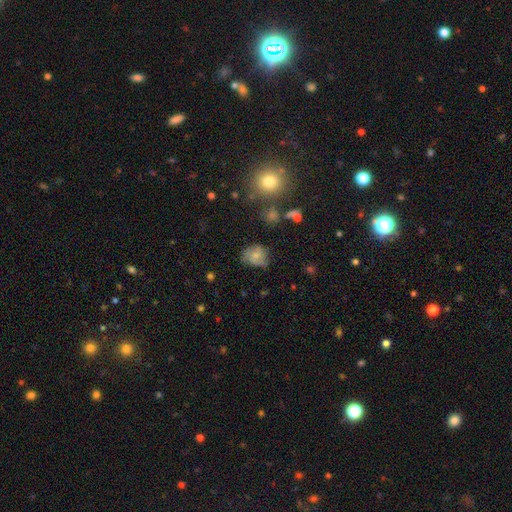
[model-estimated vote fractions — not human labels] Q: Smooth or featured?
A: smooth (62%); runner-up: featured or disk (27%)
Q: How rounded?
A: round (56%); runner-up: in between (43%)
Q: Merging?
A: none (51%); runner-up: minor disturbance (32%)